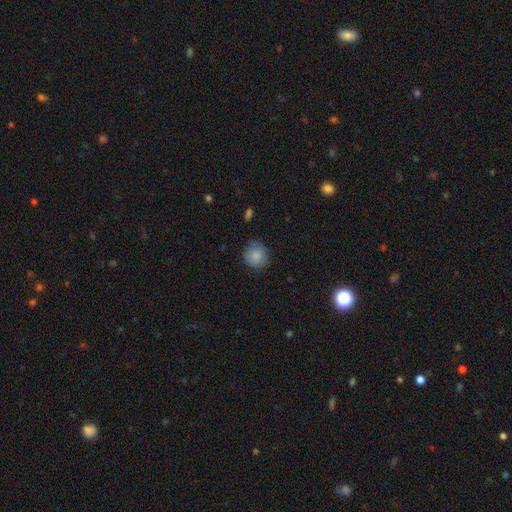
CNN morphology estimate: type=smooth (86%); roundness=round (91%); merging=none (81%).